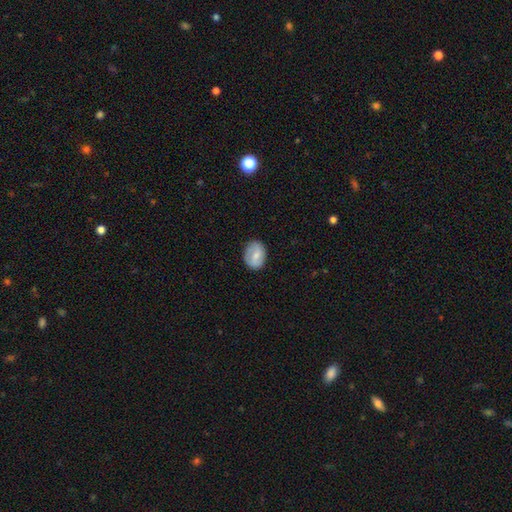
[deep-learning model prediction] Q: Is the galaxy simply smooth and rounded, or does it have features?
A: smooth — 65%.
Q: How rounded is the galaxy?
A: in between — 62%.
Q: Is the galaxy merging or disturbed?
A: none — 81%.